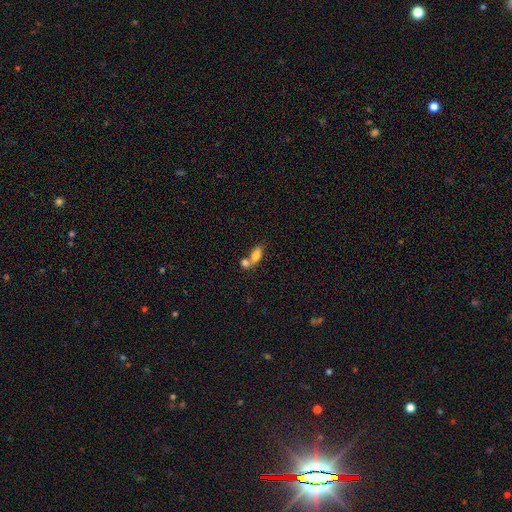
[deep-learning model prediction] A smooth galaxy with no disk features (80%) that is in between round and cigar-shaped (85%).

Vote fractions:
- Smooth or featured? smooth: 80% / featured or disk: 12% / star or artifact: 8%
- How rounded? in between: 85% / cigar-shaped: 8% / round: 7%
- Merging? merger: 60% / none: 28% / minor disturbance: 8% / major disturbance: 4%